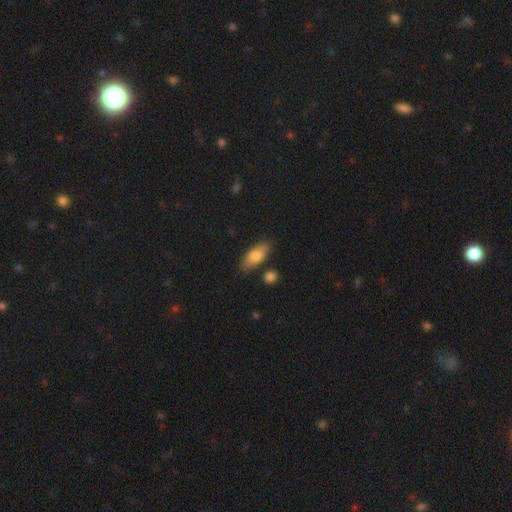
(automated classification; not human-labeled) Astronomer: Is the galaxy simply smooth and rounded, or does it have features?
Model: smooth — 77%.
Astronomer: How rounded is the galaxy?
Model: in between — 81%.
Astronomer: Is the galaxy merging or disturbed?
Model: none — 79%.